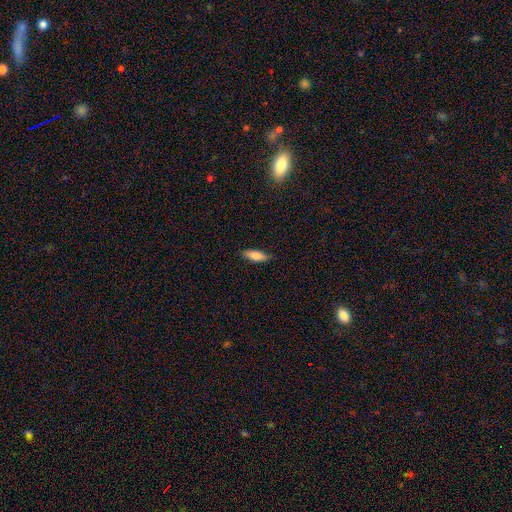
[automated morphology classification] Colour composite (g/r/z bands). It shows a smooth galaxy with no disk features (79%) that is in between round and cigar-shaped (60%). Merging: none (83%).